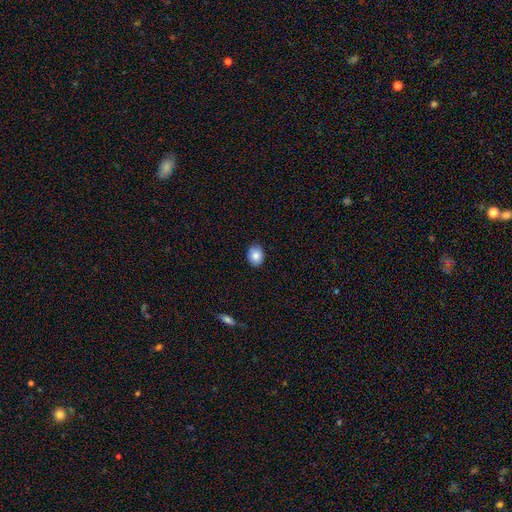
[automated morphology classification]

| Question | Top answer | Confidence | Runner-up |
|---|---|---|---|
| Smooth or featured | smooth | 84% | star or artifact (8%) |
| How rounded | in between | 50% | round (49%) |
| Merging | none | 88% | minor disturbance (9%) |